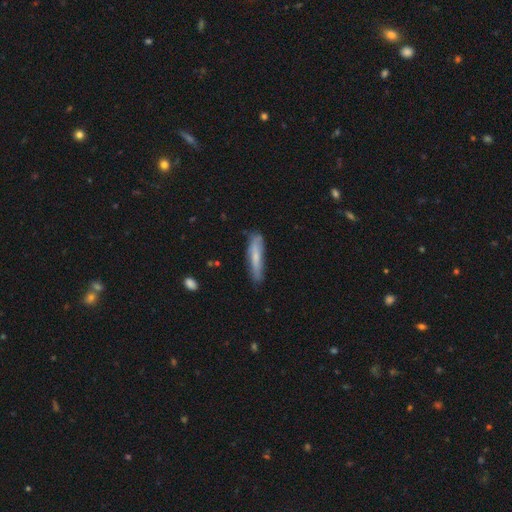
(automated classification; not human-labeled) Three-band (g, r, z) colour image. It shows a smooth galaxy with no disk features (63%) that is cigar-shaped (85%). Merging: none (77%).